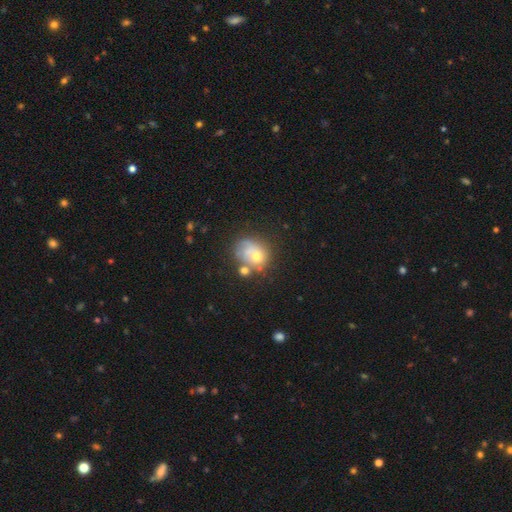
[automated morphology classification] Overall: smooth (56%; featured or disk 32%). How rounded: round (64%; in between 35%). Merging: none (39%; merger 23%).